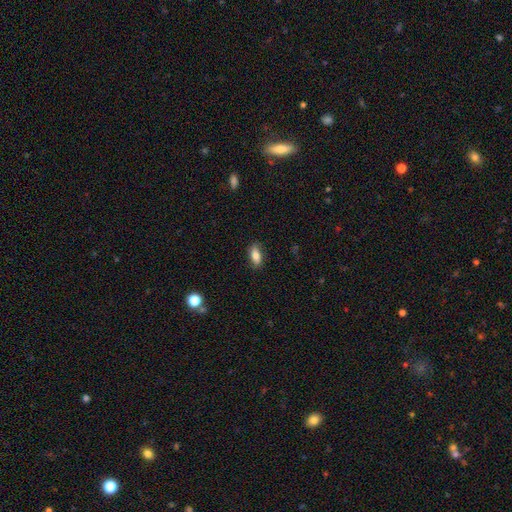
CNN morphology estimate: Smooth or featured: smooth — 78% (featured or disk — 15%)
How rounded: in between — 81% (cigar-shaped — 15%)
Merging: none — 80% (minor disturbance — 16%)